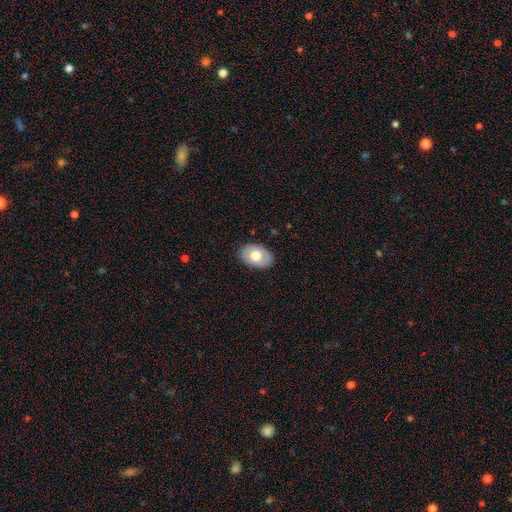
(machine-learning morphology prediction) smooth_or_featured: smooth (p=0.70) [alt: featured or disk p=0.24]
how_rounded: in between (p=0.83) [alt: round p=0.16]
merging: none (p=0.86) [alt: minor disturbance p=0.11]